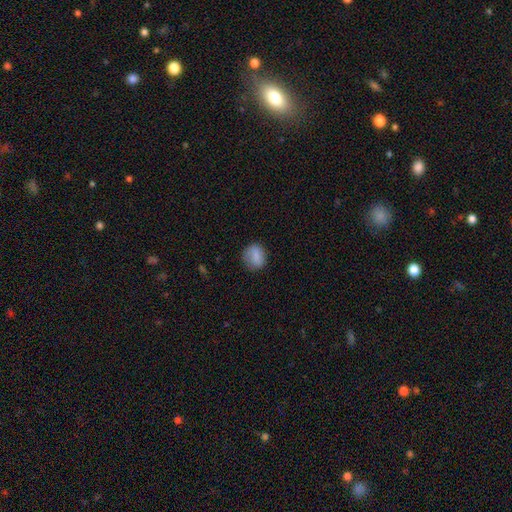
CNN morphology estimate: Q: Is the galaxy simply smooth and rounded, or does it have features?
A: smooth — 81%.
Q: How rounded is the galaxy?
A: round — 73%.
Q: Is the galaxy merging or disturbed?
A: none — 80%.